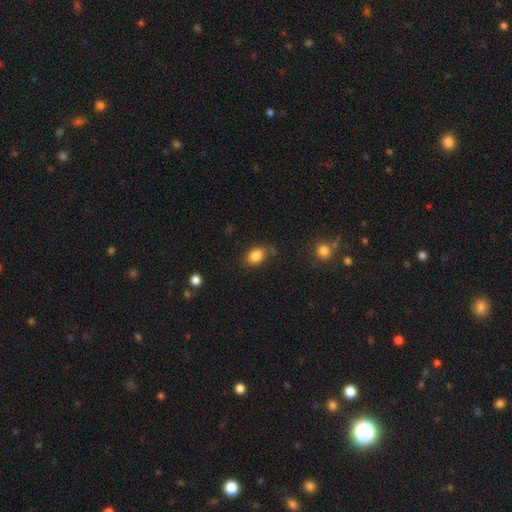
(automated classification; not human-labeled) smooth 84%, star or artifact 9%, featured or disk 6%. Down the decision tree: how rounded — in between (70%); merging — none (71%).